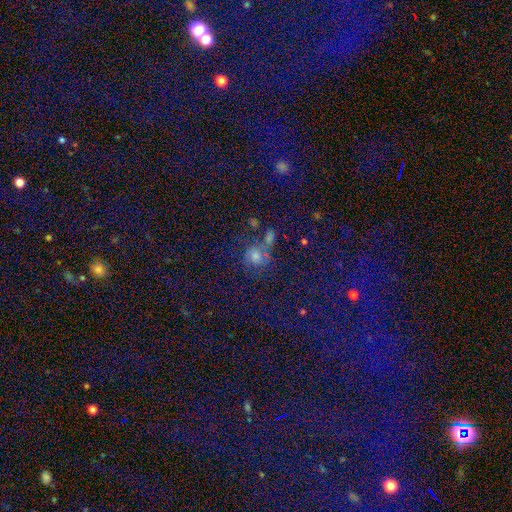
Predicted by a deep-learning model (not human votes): A smooth galaxy with no disk features (59%) that is round (81%). Merging: none (54%).